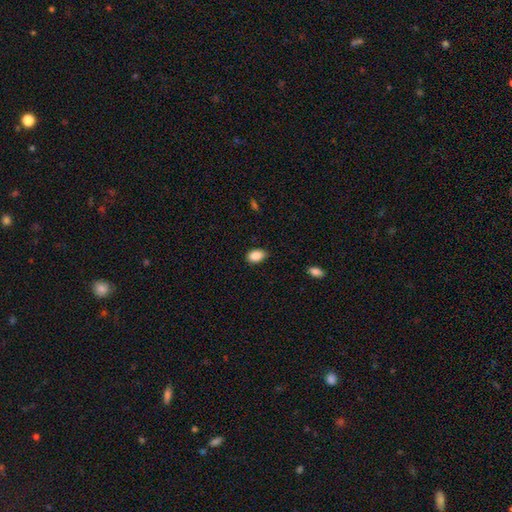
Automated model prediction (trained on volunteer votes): Q: Smooth or featured?
A: smooth (89%); runner-up: star or artifact (8%)
Q: How rounded?
A: in between (87%); runner-up: round (12%)
Q: Merging?
A: none (78%); runner-up: minor disturbance (19%)